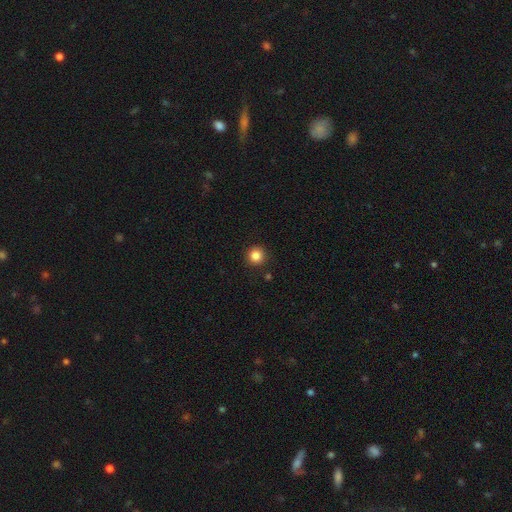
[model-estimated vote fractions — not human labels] A smooth galaxy with no disk features (85%) that is round (94%).

Vote fractions:
- Smooth or featured? smooth: 85% / star or artifact: 11% / featured or disk: 4%
- How rounded? round: 94% / in between: 5% / cigar-shaped: 1%
- Merging? none: 90% / minor disturbance: 6% / major disturbance: 2% / merger: 1%